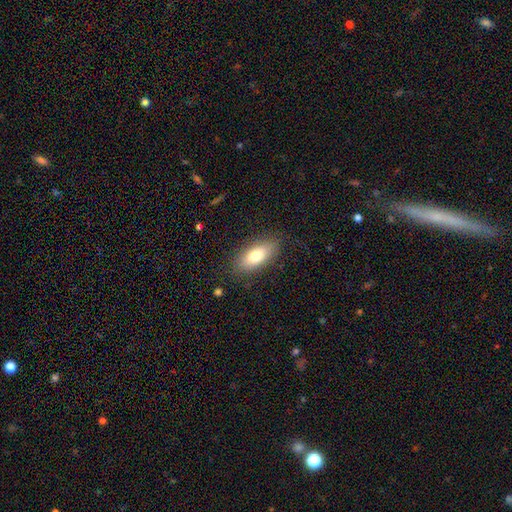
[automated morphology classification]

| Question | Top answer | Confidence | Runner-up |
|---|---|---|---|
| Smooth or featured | smooth | 76% | featured or disk (17%) |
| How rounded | in between | 83% | cigar-shaped (14%) |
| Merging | none | 83% | minor disturbance (12%) |